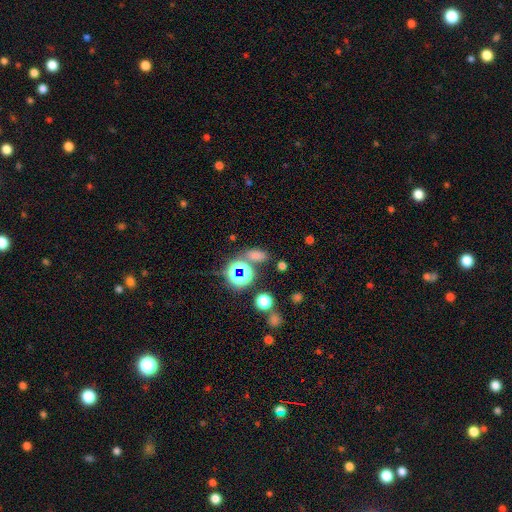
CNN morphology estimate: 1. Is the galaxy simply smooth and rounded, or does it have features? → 60% smooth, 32% star or artifact, 7% featured or disk.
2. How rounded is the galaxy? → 74% in between, 19% round, 6% cigar-shaped.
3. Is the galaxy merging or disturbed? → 71% none, 12% merger, 12% minor disturbance, 5% major disturbance.